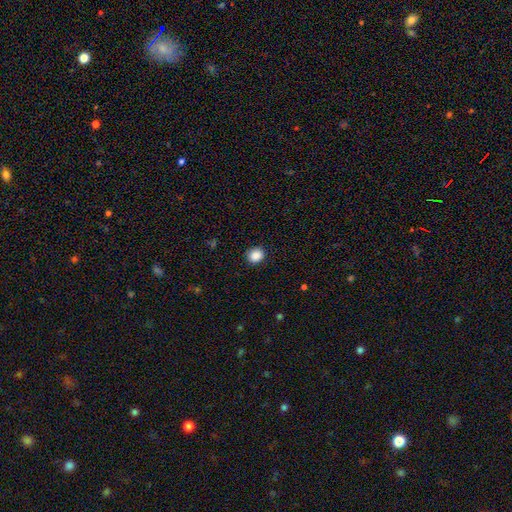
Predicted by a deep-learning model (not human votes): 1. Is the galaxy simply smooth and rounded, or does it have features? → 88% smooth, 9% star or artifact, 3% featured or disk.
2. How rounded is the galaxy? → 76% round, 23% in between, 1% cigar-shaped.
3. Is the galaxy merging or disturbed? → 89% none, 7% minor disturbance, 2% major disturbance, 1% merger.